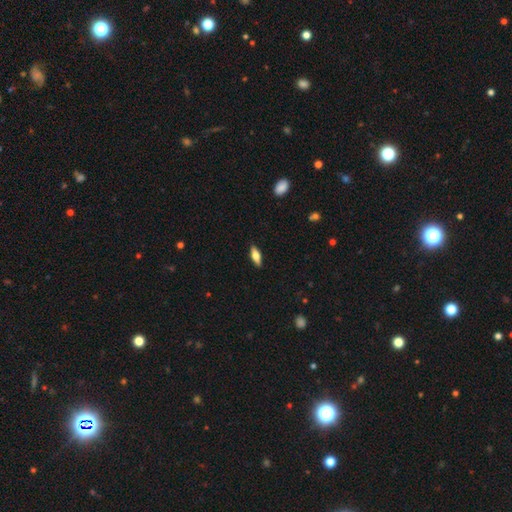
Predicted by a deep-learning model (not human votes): Smooth or featured: smooth — 58% (featured or disk — 35%)
How rounded: in between — 65% (cigar-shaped — 33%)
Merging: none — 89% (minor disturbance — 9%)